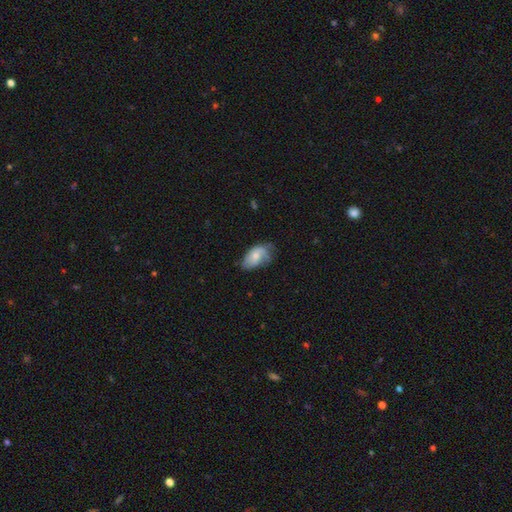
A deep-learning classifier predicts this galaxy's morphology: type=smooth (65%); roundness=in between (92%); merging=none (43%).